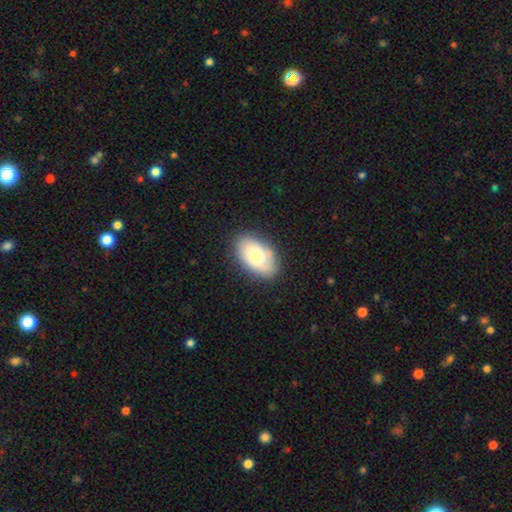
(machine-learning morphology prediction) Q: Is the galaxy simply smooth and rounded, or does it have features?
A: smooth — 68%.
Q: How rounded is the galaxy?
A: in between — 92%.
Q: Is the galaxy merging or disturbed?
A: none — 82%.